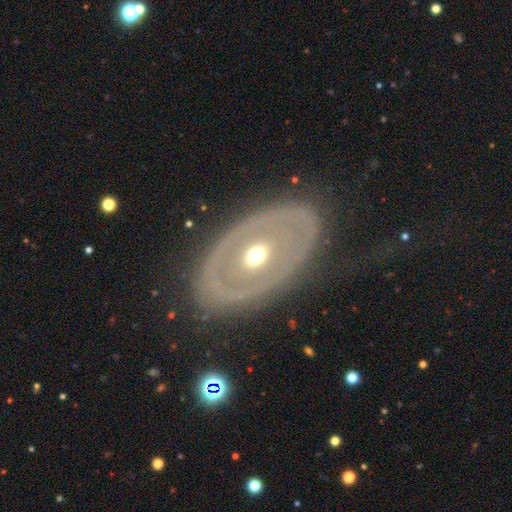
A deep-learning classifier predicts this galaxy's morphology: Q: Smooth or featured?
A: featured or disk (73%); runner-up: smooth (22%)
Q: Edge-on disk?
A: no (92%); runner-up: yes (8%)
Q: Bar?
A: no (83%); runner-up: weak (12%)
Q: Spiral arms?
A: no (74%); runner-up: yes (26%)
Q: Bulge size?
A: moderate (72%); runner-up: small (20%)
Q: Merging?
A: none (81%); runner-up: minor disturbance (12%)